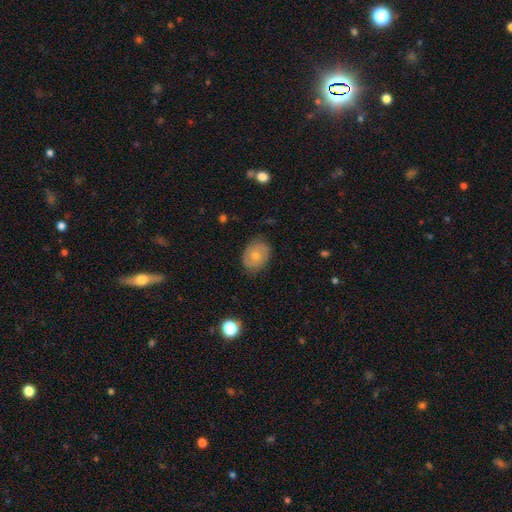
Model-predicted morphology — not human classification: Overall: smooth (49%; featured or disk 43%). Merging: none (75%).